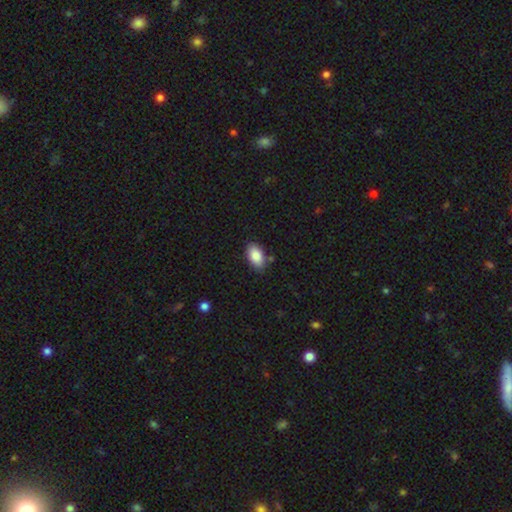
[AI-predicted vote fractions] Smooth or featured? smooth (86%)
How rounded? in between (93%)
Merging? none (83%)